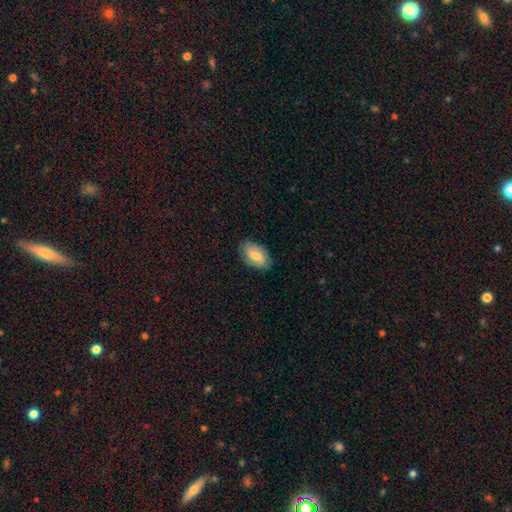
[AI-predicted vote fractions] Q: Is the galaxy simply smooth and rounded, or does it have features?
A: smooth — 60%.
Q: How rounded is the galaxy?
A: in between — 92%.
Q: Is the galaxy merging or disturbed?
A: none — 78%.